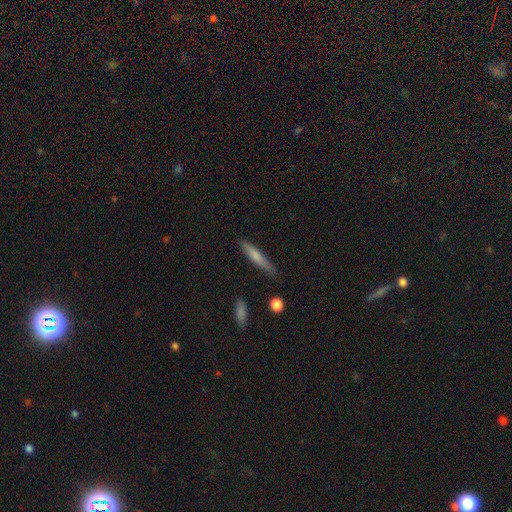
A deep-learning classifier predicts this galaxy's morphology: Smooth or featured: smooth — 73% (featured or disk — 21%)
How rounded: cigar-shaped — 89% (in between — 9%)
Merging: none — 77% (minor disturbance — 17%)